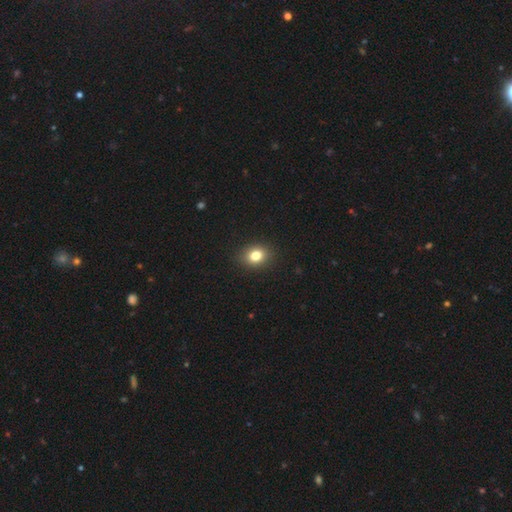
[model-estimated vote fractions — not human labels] smooth-or-featured: smooth: 81% | star or artifact: 12% | featured or disk: 8%
  how-rounded: in between: 50% | round: 49% | cigar-shaped: 1%
  merging: none: 90% | minor disturbance: 7% | major disturbance: 2% | merger: 1%